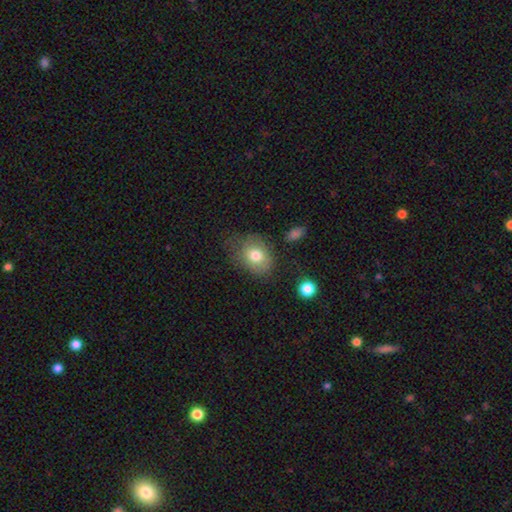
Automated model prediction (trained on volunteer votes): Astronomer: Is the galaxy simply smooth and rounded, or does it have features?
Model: smooth — 76%.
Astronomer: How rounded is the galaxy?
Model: in between — 54% (runner-up: round, 45%).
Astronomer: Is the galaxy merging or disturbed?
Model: none — 59%.